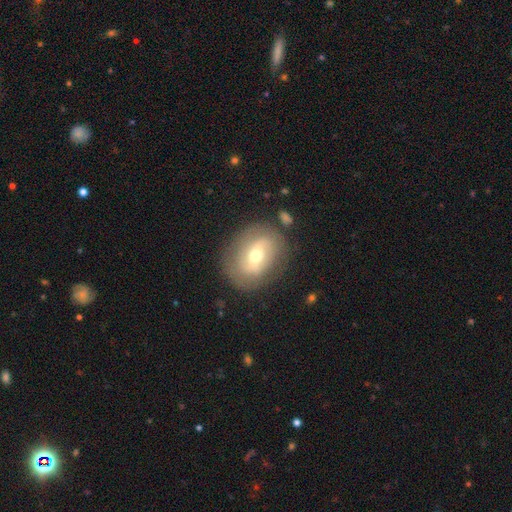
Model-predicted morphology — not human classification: Smooth or featured? Predicted: featured or disk (p=0.53). Edge-on disk? Predicted: no (p=0.93). Merging? Predicted: none (p=0.77).